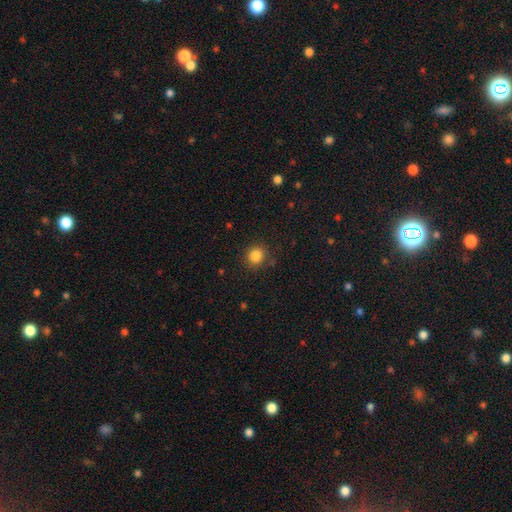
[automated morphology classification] Q: Smooth or featured?
A: smooth (85%); runner-up: star or artifact (11%)
Q: How rounded?
A: round (88%); runner-up: in between (11%)
Q: Merging?
A: none (87%); runner-up: minor disturbance (9%)